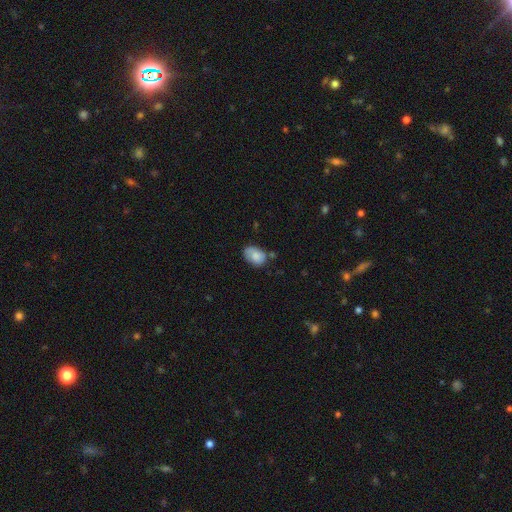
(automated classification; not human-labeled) Overall: smooth (78%). How rounded: in between (84%). Merging: none (58%; minor disturbance 29%).